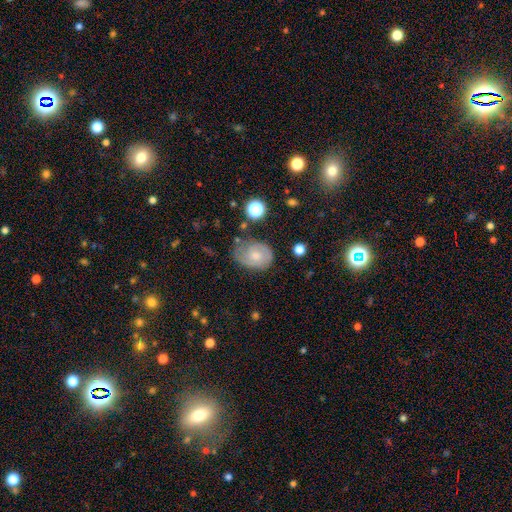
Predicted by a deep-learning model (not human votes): smooth_or_featured: smooth (p=0.51) [alt: featured or disk p=0.40]
how_rounded: in between (p=0.66) [alt: round p=0.33]
merging: none (p=0.54) [alt: minor disturbance p=0.30]